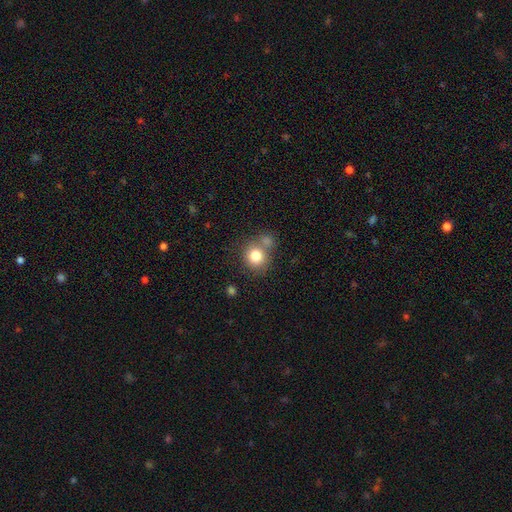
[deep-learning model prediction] smooth 80%, star or artifact 10%, featured or disk 10%. Down the decision tree: how rounded — round (84%); merging — none (55%).